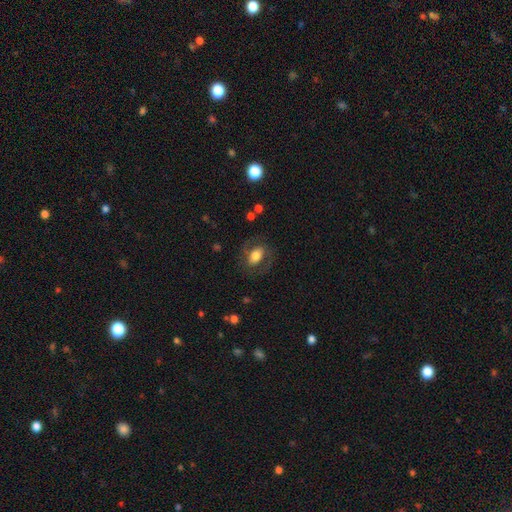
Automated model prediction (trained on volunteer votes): smooth 46% (tied), featured or disk 46% (tied), star or artifact 8%. Down the decision tree: merging — none (71%).